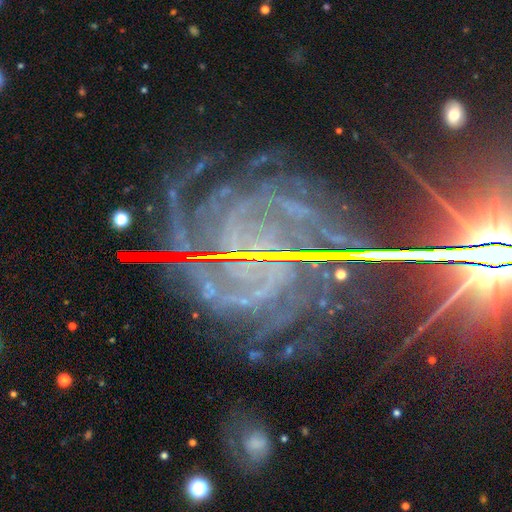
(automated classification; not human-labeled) A featured or disk galaxy (78%) with a weak bar (37%), tight (59%) spiral arms (97%) and a small central bulge (68%).

Vote fractions:
- Smooth or featured? featured or disk: 78% / star or artifact: 17% / smooth: 5%
- Edge-on disk? no: 96% / yes: 4%
- Bar? weak: 37% / strong: 36% / no: 27%
- Spiral arms? yes: 97% / no: 3%
- Spiral winding? tight: 59% / medium: 34% / loose: 8%
- Spiral arm count? can't tell: 21% / 4: 20% / 3: 19% / 2: 15% / more than 4: 15% / 1: 11%
- Bulge size? small: 68% / moderate: 17% / none: 12% / large: 2% / dominant: 1%
- Merging? none: 63% / minor disturbance: 17% / major disturbance: 16% / merger: 4%